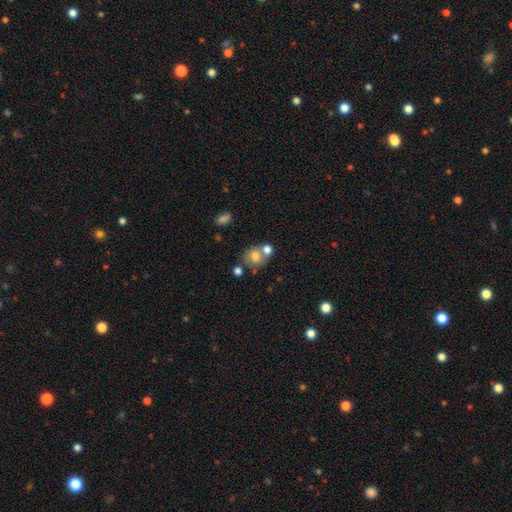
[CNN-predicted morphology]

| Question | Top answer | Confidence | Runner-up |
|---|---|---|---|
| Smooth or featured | smooth | 71% | featured or disk (19%) |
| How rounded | round | 66% | in between (33%) |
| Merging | none | 43% | merger (41%) |